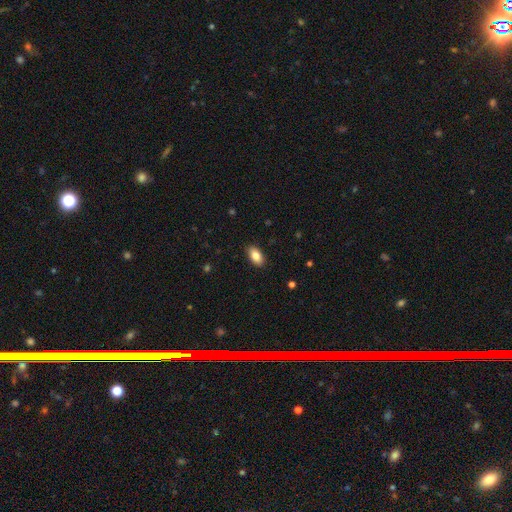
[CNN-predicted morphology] This is clearly a smooth galaxy (85%). How rounded: clearly in between (93%). Merging: clearly none (88%).